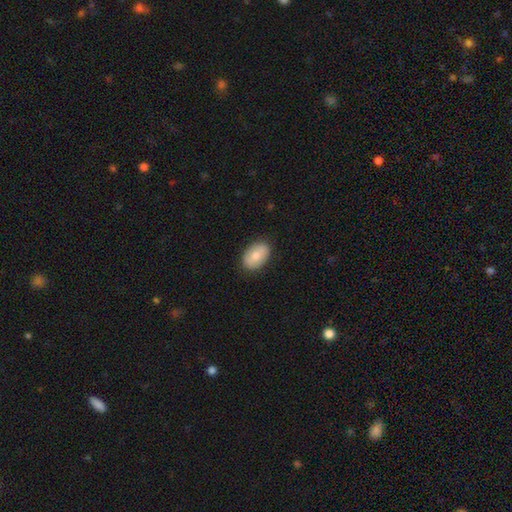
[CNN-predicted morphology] The model was most divided on "smooth or featured": smooth: 75%, featured or disk: 19%, star or artifact: 6%. More confident: merging — none (86%); how rounded — in between (85%).